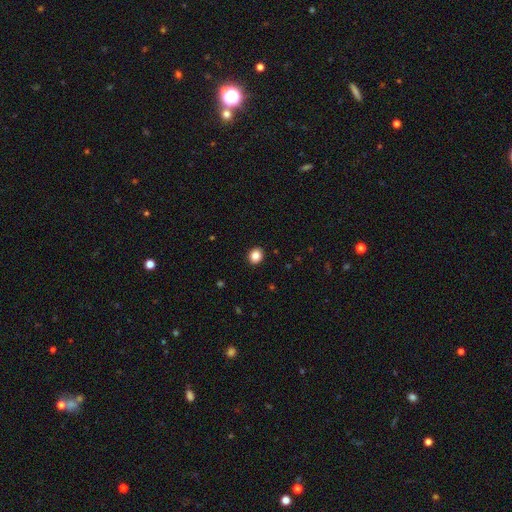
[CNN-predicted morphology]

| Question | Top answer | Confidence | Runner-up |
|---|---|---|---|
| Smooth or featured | smooth | 86% | star or artifact (10%) |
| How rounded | round | 72% | in between (27%) |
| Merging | none | 92% | minor disturbance (5%) |